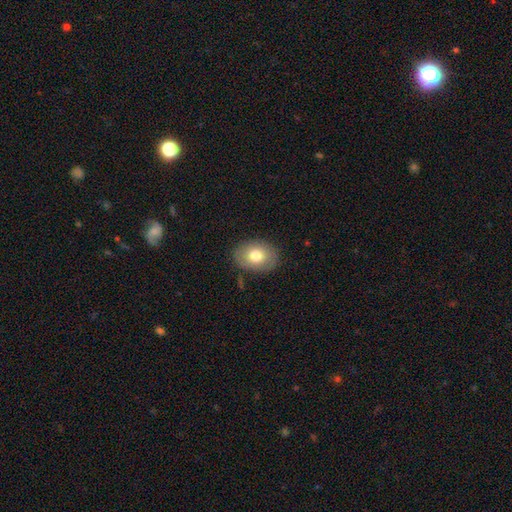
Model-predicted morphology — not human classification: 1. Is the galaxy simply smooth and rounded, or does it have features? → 74% smooth, 19% featured or disk, 8% star or artifact.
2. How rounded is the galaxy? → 70% in between, 29% round, 1% cigar-shaped.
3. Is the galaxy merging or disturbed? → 82% none, 13% minor disturbance, 3% major disturbance, 2% merger.